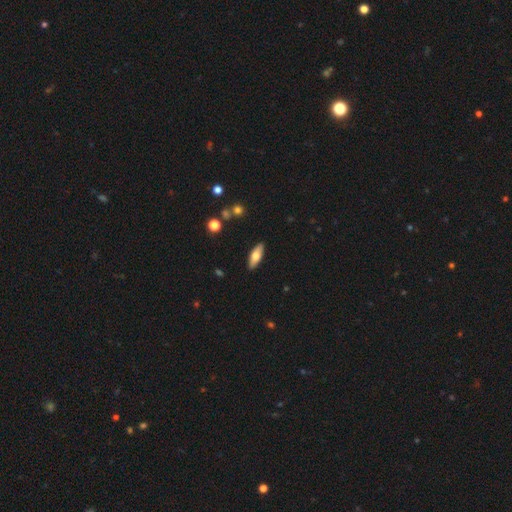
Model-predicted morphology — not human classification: Overall: smooth (64%; featured or disk 30%). How rounded: in between (61%; cigar-shaped 37%). Merging: none (89%).